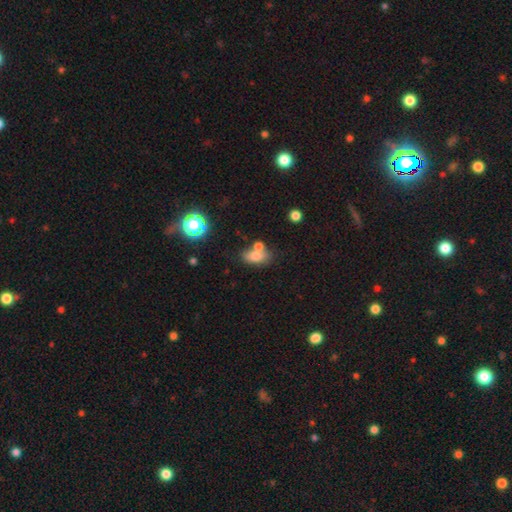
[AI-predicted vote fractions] A smooth galaxy with no disk features (73%) that is in between round and cigar-shaped (83%).

Vote fractions:
- Smooth or featured? smooth: 73% / featured or disk: 15% / star or artifact: 13%
- How rounded? in between: 83% / round: 12% / cigar-shaped: 5%
- Merging? none: 49% / merger: 31% / minor disturbance: 15% / major disturbance: 6%